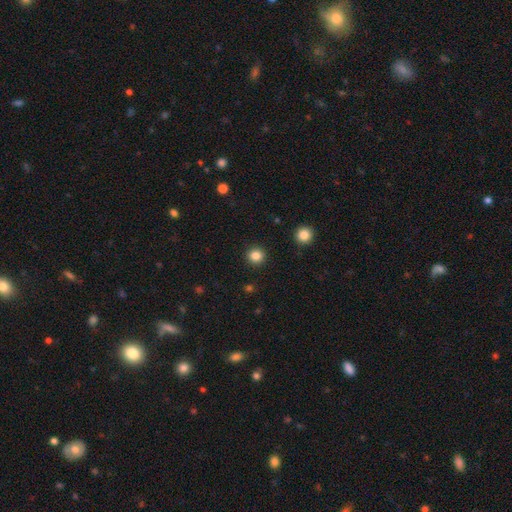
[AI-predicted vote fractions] Smooth or featured? Predicted: smooth (p=0.84). How rounded? Predicted: round (p=0.93). Merging? Predicted: none (p=0.92).